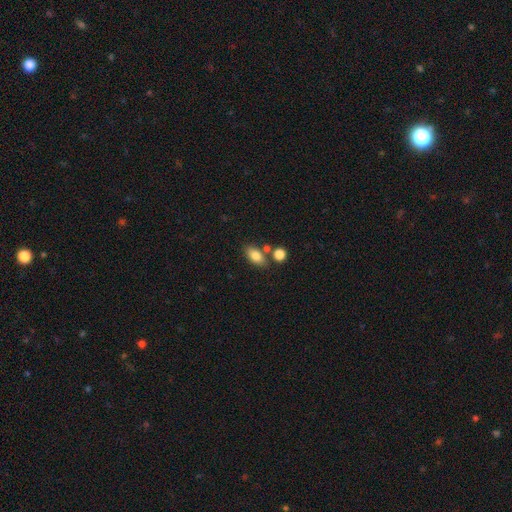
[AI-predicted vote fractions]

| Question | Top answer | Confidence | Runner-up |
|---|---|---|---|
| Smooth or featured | smooth | 82% | featured or disk (10%) |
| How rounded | in between | 86% | round (10%) |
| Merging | none | 66% | merger (18%) |